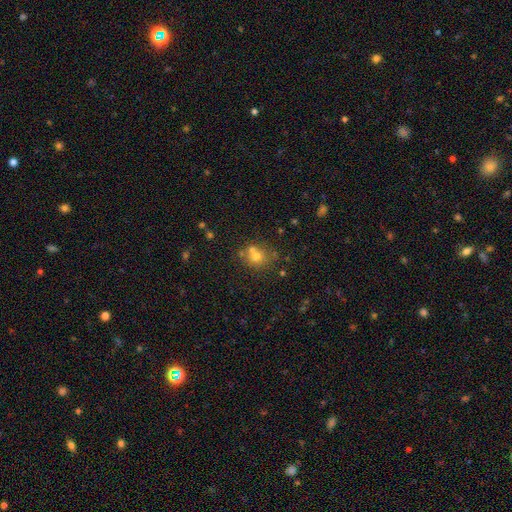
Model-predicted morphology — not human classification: This appears to be a smooth galaxy with no disk features (64%) that is round (77%). Merging: none (56%).